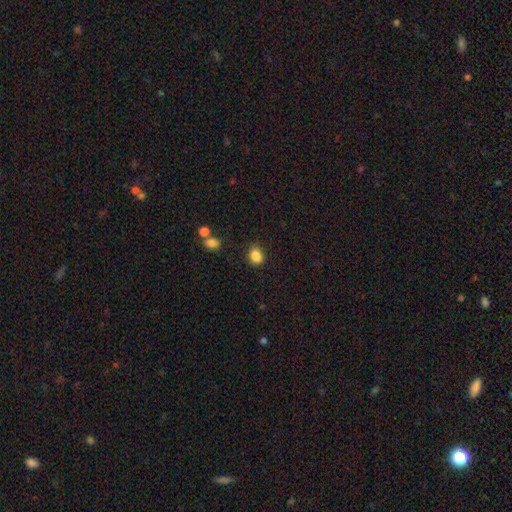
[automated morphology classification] Smooth or featured? Predicted: smooth (p=0.86). How rounded? Predicted: in between (p=0.59). Merging? Predicted: none (p=0.78).